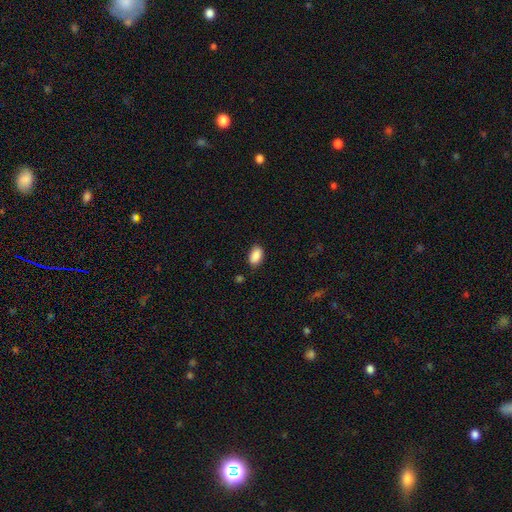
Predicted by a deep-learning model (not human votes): Q: Smooth or featured?
A: smooth (88%); runner-up: star or artifact (7%)
Q: How rounded?
A: in between (92%); runner-up: round (6%)
Q: Merging?
A: none (82%); runner-up: minor disturbance (14%)